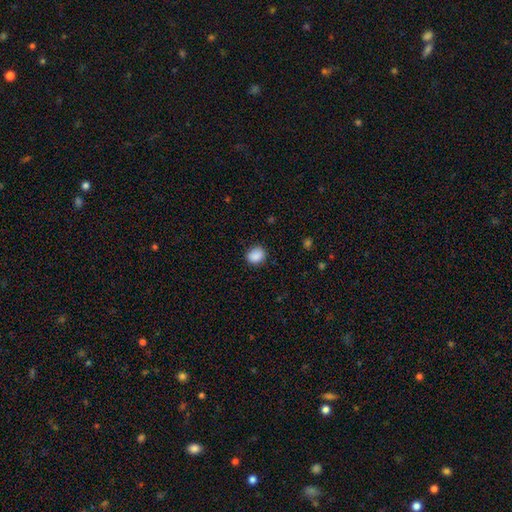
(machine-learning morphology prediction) type=smooth (89%); roundness=round (68%); merging=none (87%).